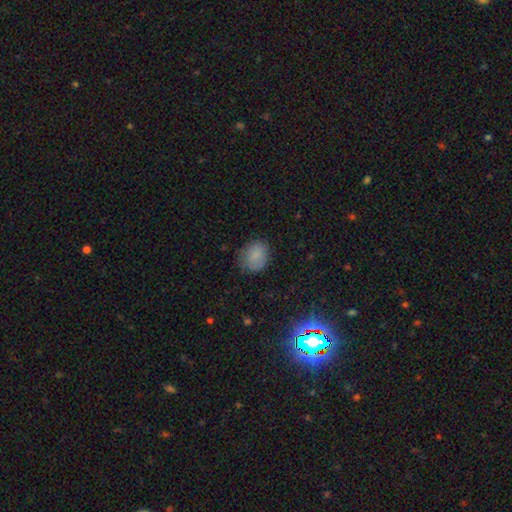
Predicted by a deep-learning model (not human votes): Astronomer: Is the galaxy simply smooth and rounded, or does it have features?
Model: smooth — 82%.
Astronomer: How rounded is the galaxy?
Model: round — 53% (runner-up: in between, 46%).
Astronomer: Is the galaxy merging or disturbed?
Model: none — 75%.